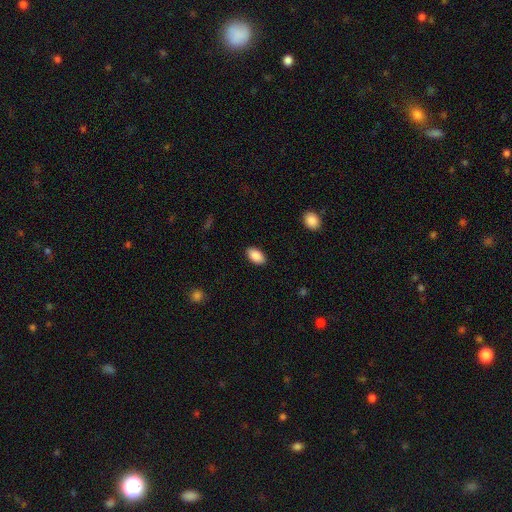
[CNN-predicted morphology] smooth 89%, star or artifact 7%, featured or disk 4%. Down the decision tree: how rounded — in between (93%); merging — none (89%).